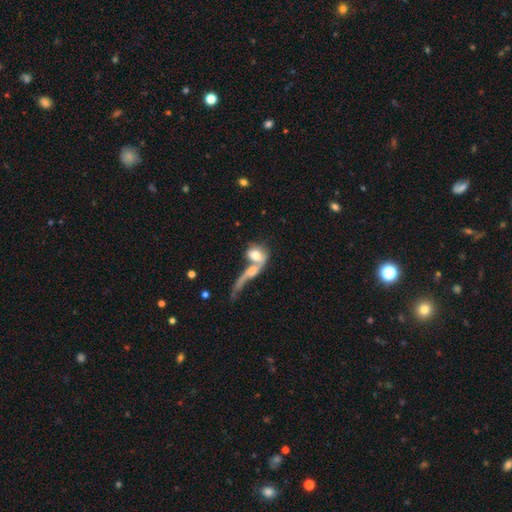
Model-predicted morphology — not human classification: A smooth galaxy with no disk features (58%) that is in between round and cigar-shaped (53%).

Vote fractions:
- Smooth or featured? smooth: 58% / featured or disk: 34% / star or artifact: 9%
- How rounded? in between: 53% / round: 38% / cigar-shaped: 9%
- Merging? merger: 63% / major disturbance: 16% / none: 14% / minor disturbance: 7%